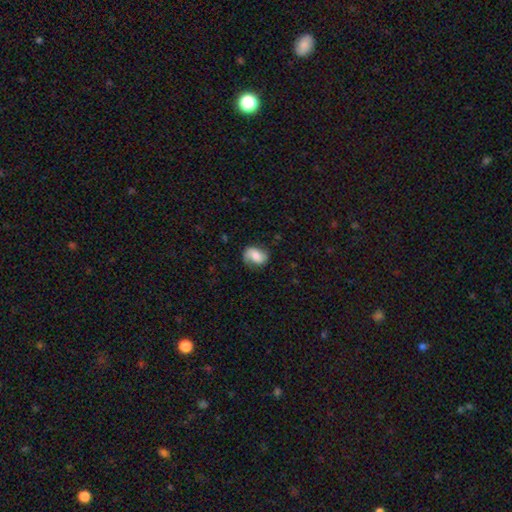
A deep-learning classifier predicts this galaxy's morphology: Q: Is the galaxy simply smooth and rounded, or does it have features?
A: smooth — 50%.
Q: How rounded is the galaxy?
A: in between — 68%.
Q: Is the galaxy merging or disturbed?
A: none — 70%.